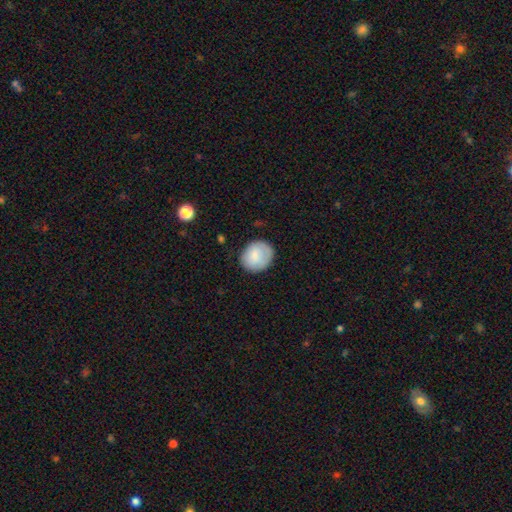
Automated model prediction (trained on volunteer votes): Q: Smooth or featured?
A: smooth (82%); runner-up: featured or disk (11%)
Q: How rounded?
A: round (74%); runner-up: in between (26%)
Q: Merging?
A: none (80%); runner-up: minor disturbance (15%)